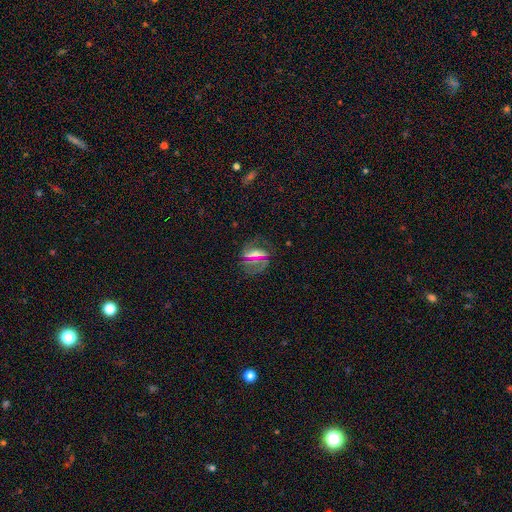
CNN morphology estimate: Overall: featured or disk (55%; smooth 26%). Edge-on disk: no (84%). Merging: none (69%).